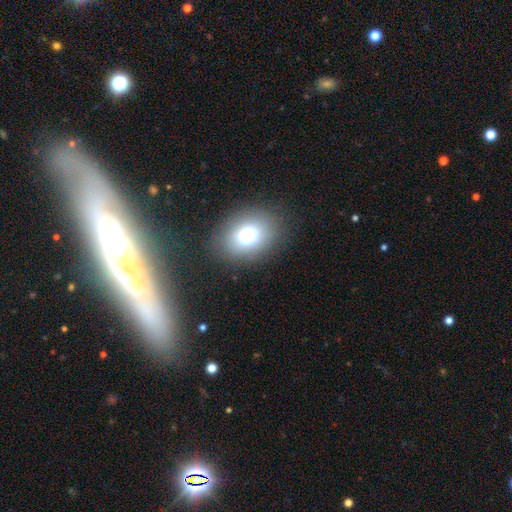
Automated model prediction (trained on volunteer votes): Smooth or featured?
  - smooth: 52% *
  - featured or disk: 34%
  - star or artifact: 14%
How rounded?
  - in between: 49% *
  - round: 35%
  - cigar-shaped: 16%
Merging?
  - none: 82% *
  - minor disturbance: 11%
  - major disturbance: 3%
  - merger: 3%